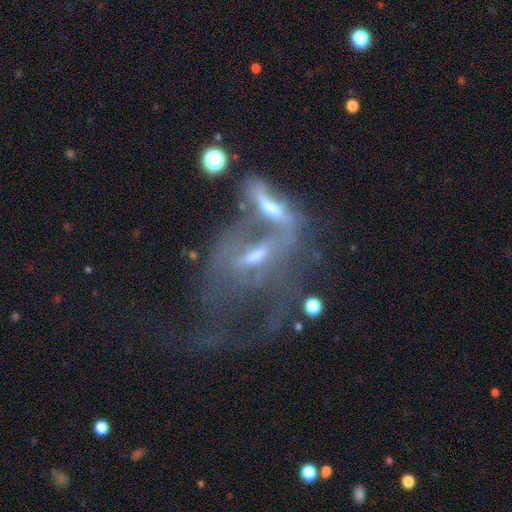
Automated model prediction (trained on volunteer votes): smooth-or-featured: featured or disk: 69% | smooth: 18% | star or artifact: 13%
  disk-edge-on: no: 83% | yes: 17%
    bar: no: 35% | weak: 34% | strong: 31%
    has-spiral-arms: yes: 53% | no: 47%
    bulge-size: moderate: 45% | small: 31% | none: 14% | large: 8% | dominant: 2%
  merging: merger: 54% | major disturbance: 24% | none: 14% | minor disturbance: 8%